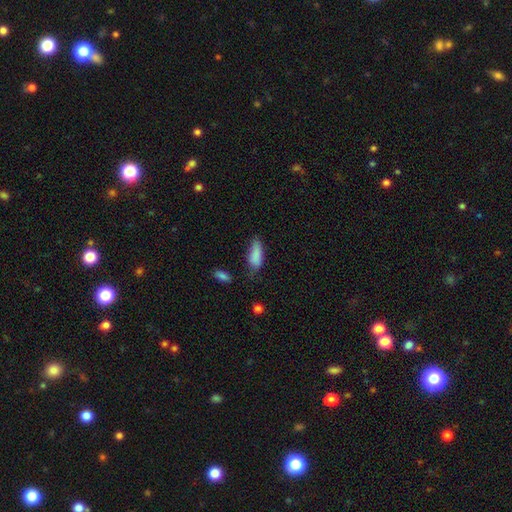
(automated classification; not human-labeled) Smooth or featured: smooth — 86% (star or artifact — 8%)
How rounded: in between — 72% (cigar-shaped — 26%)
Merging: none — 54% (minor disturbance — 33%)